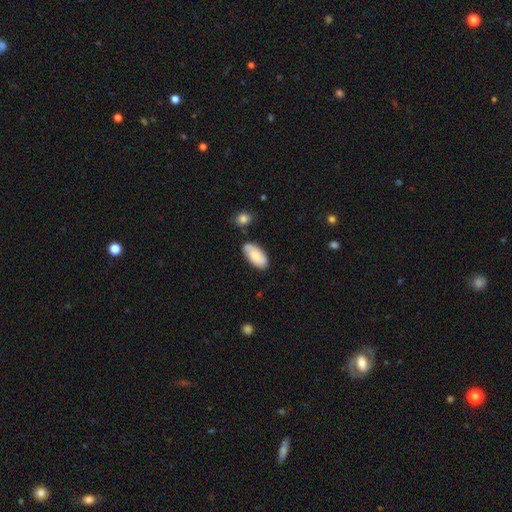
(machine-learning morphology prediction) Smooth or featured? smooth (73%)
How rounded? in between (93%)
Merging? none (73%)